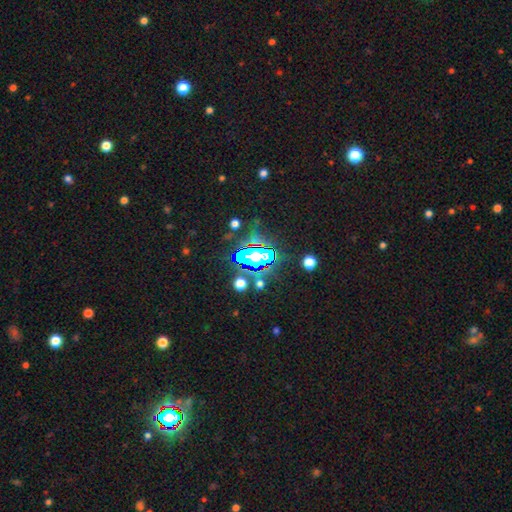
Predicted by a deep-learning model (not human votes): This is likely a star or artifact rather than a galaxy (72%).